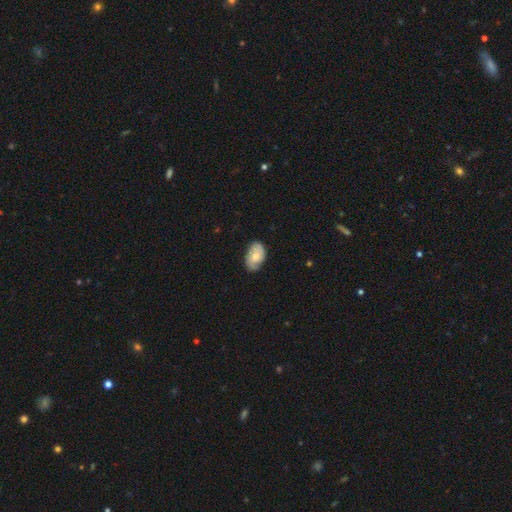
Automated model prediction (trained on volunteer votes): This is possibly a smooth galaxy (48%). Merging: likely none (72%).